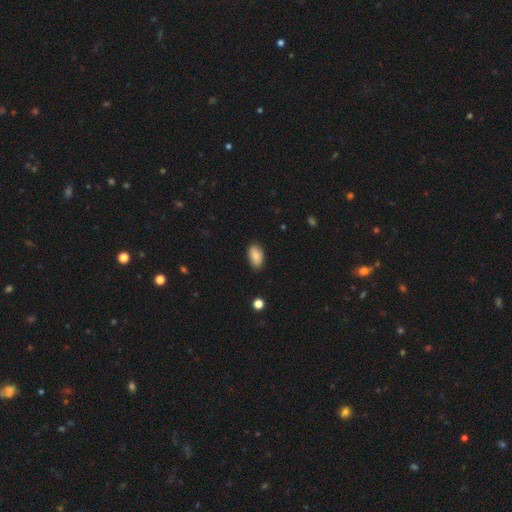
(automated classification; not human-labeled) Smooth or featured?
  - smooth: 87% *
  - star or artifact: 7%
  - featured or disk: 6%
How rounded?
  - in between: 93% *
  - round: 4%
  - cigar-shaped: 2%
Merging?
  - none: 84% *
  - minor disturbance: 13%
  - major disturbance: 2%
  - merger: 1%